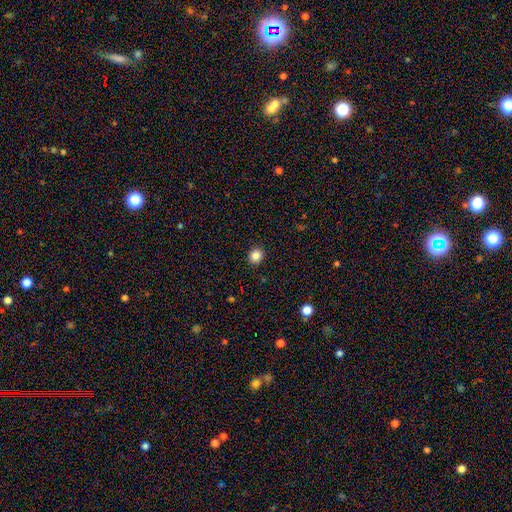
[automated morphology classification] type=smooth (86%); roundness=round (80%); merging=none (92%).